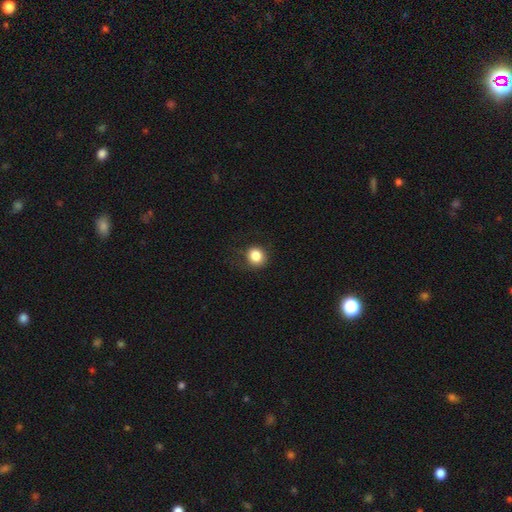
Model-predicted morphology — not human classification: This is clearly a smooth galaxy (84%). How rounded: clearly round (83%). Merging: likely none (77%).